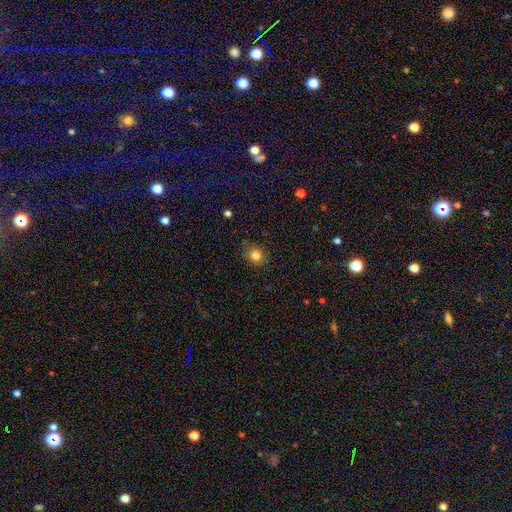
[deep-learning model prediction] Smooth or featured? smooth (82%)
How rounded? round (78%)
Merging? none (84%)